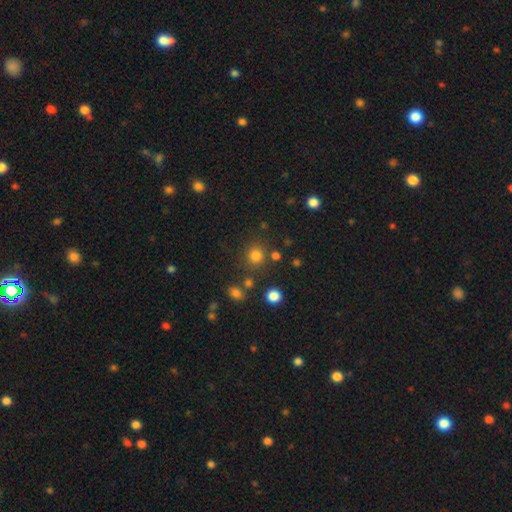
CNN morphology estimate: A smooth galaxy with no disk features (79%) that is round (88%).

Vote fractions:
- Smooth or featured? smooth: 79% / star or artifact: 16% / featured or disk: 6%
- How rounded? round: 88% / in between: 11% / cigar-shaped: 1%
- Merging? none: 80% / minor disturbance: 9% / merger: 7% / major disturbance: 4%